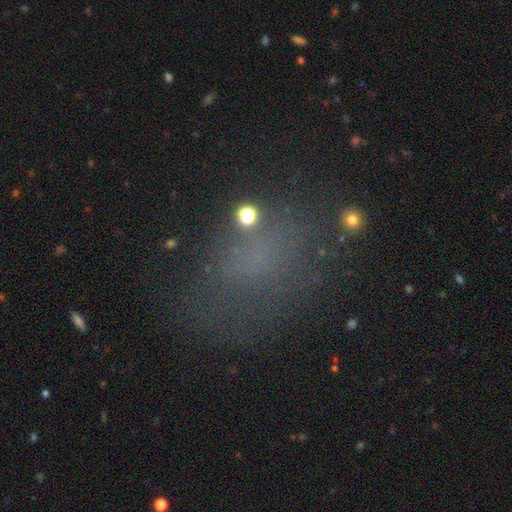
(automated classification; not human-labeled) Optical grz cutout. It shows a smooth galaxy with no disk features (55%) that is in between round and cigar-shaped (74%). Merging: none (67%).